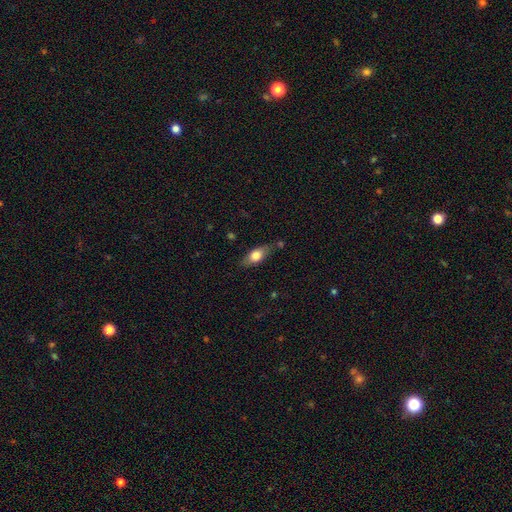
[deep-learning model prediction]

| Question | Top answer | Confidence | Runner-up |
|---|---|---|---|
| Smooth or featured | smooth | 69% | featured or disk (24%) |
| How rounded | in between | 77% | cigar-shaped (17%) |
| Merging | none | 71% | minor disturbance (20%) |